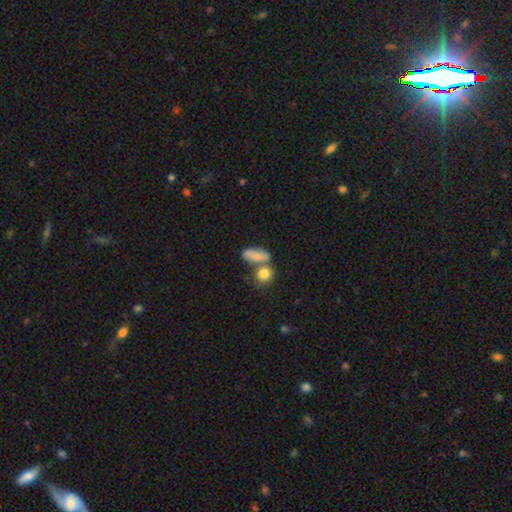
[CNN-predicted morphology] Smooth or featured: smooth — 67% (featured or disk — 23%)
How rounded: in between — 74% (round — 17%)
Merging: none — 38% (merger — 37%)